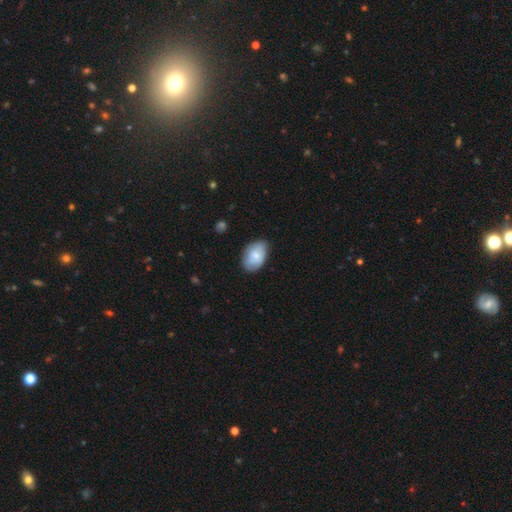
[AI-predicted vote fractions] Smooth or featured?
  - smooth: 77% *
  - featured or disk: 17%
  - star or artifact: 6%
How rounded?
  - in between: 89% *
  - round: 10%
  - cigar-shaped: 1%
Merging?
  - none: 73% *
  - minor disturbance: 22%
  - major disturbance: 3%
  - merger: 1%